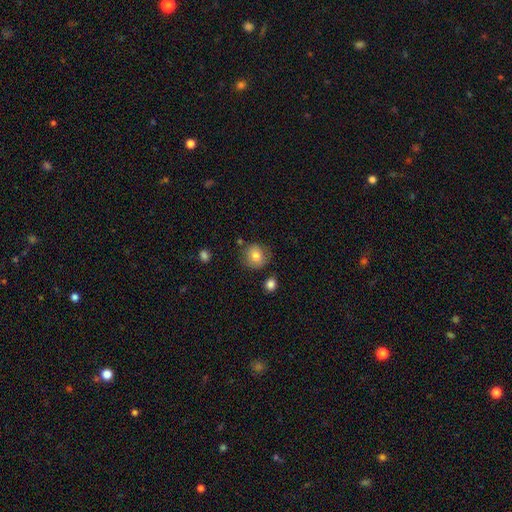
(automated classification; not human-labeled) Smooth or featured? Predicted: smooth (p=0.79). How rounded? Predicted: round (p=0.88). Merging? Predicted: none (p=0.76).